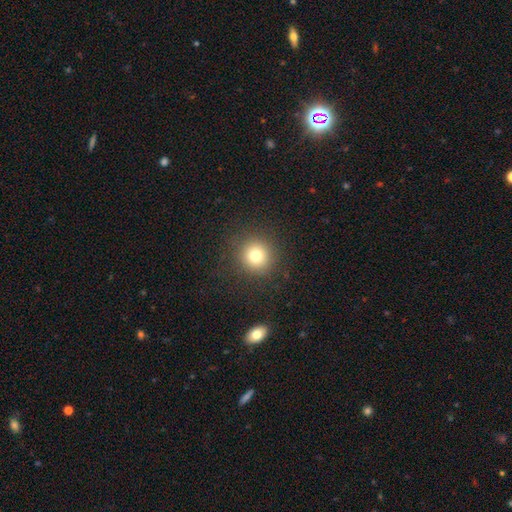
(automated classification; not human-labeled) A smooth galaxy with no disk features (76%) that is round (94%).

Vote fractions:
- Smooth or featured? smooth: 76% / star or artifact: 14% / featured or disk: 10%
- How rounded? round: 94% / in between: 5% / cigar-shaped: 1%
- Merging? none: 89% / minor disturbance: 6% / major disturbance: 3% / merger: 1%